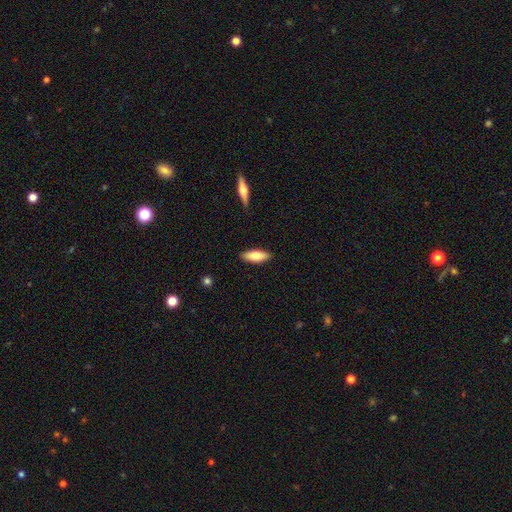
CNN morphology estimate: Overall: smooth (73%). How rounded: in between (58%; cigar-shaped 41%). Merging: none (89%).